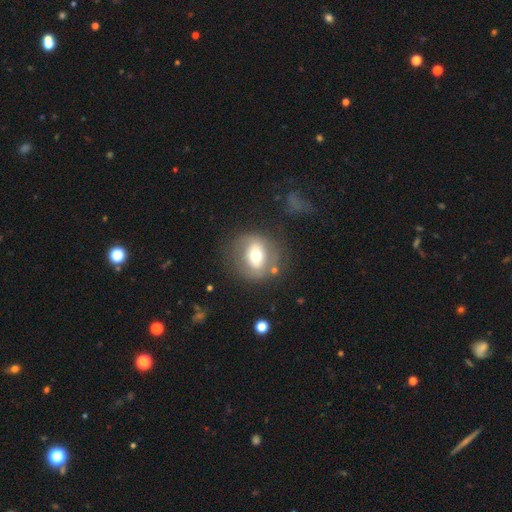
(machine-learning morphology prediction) type=smooth (48%); merging=none (71%).